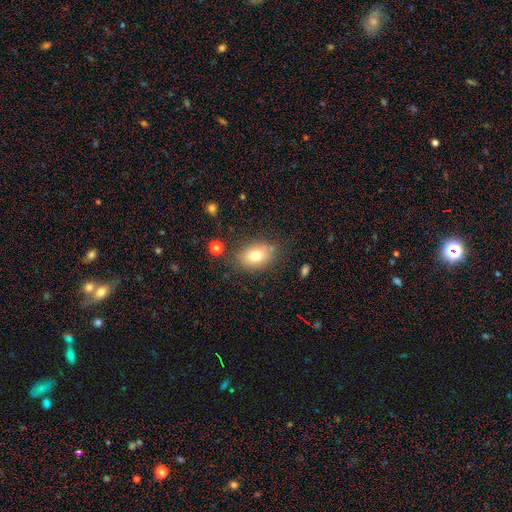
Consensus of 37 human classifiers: Smooth or featured? smooth (84%)
How rounded? round (52%)
Merging? none (69%)